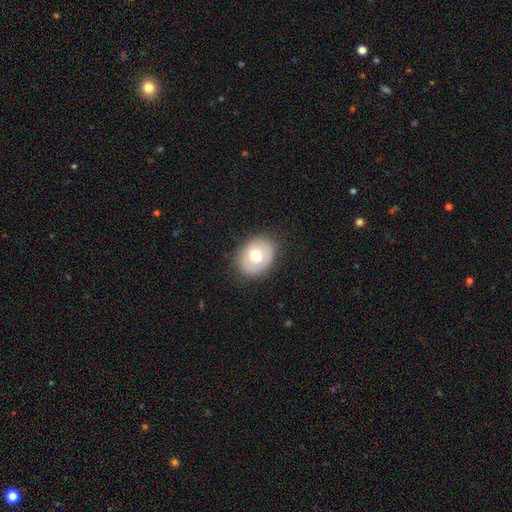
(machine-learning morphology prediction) Smooth or featured?
  - smooth: 63% *
  - featured or disk: 29%
  - star or artifact: 8%
How rounded?
  - round: 51% *
  - in between: 48%
  - cigar-shaped: 1%
Merging?
  - none: 82% *
  - minor disturbance: 13%
  - major disturbance: 4%
  - merger: 1%